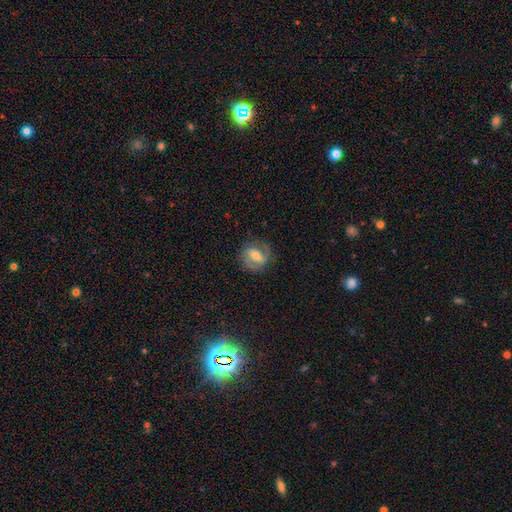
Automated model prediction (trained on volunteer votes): The model was most divided on "bar": weak: 43%, strong: 36%, no: 21%. More confident: edge-on disk — no (95%); spiral arms — yes (82%); merging — none (73%); smooth or featured — featured or disk (62%); bulge size — moderate (54%).